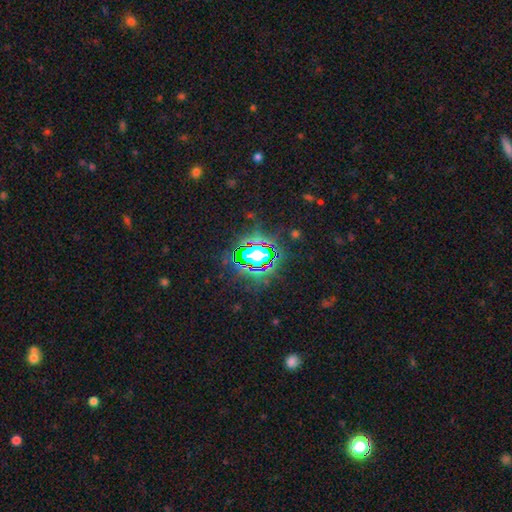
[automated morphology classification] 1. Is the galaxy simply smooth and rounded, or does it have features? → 76% star or artifact, 14% smooth, 10% featured or disk.